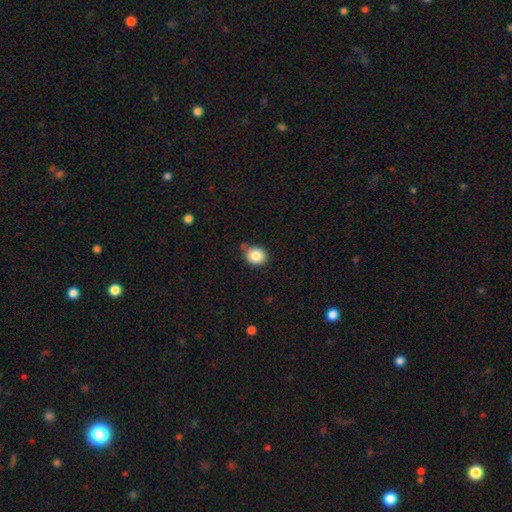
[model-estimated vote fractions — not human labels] This is clearly a smooth galaxy (84%). How rounded: likely round (73%). Merging: likely none (62%).